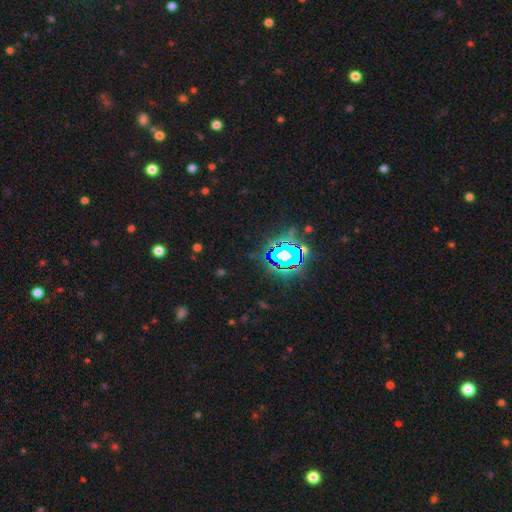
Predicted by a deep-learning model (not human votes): Q: Smooth or featured?
A: star or artifact (80%); runner-up: smooth (12%)